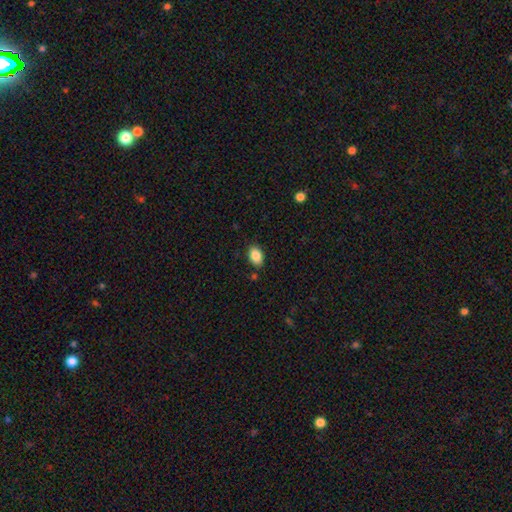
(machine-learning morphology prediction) type=smooth (86%); roundness=in between (85%); merging=none (85%).